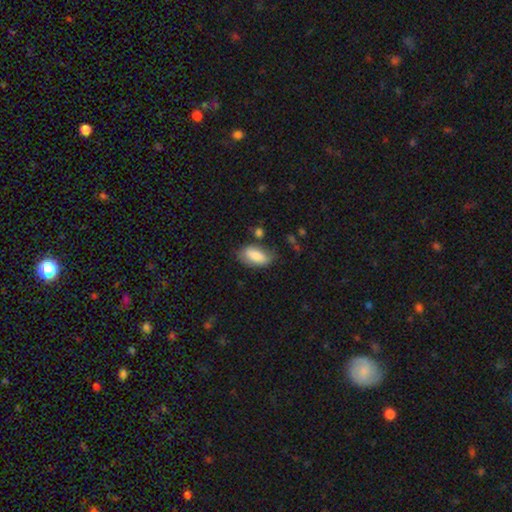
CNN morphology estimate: Smooth or featured?
  - smooth: 82% *
  - featured or disk: 11%
  - star or artifact: 7%
How rounded?
  - in between: 89% *
  - cigar-shaped: 8%
  - round: 3%
Merging?
  - none: 65% *
  - minor disturbance: 24%
  - major disturbance: 7%
  - merger: 4%